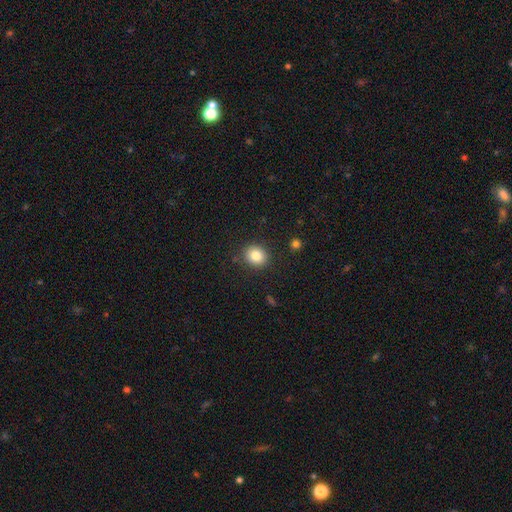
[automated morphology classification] This is clearly a smooth galaxy (83%). How rounded: likely round (76%). Merging: clearly none (88%).